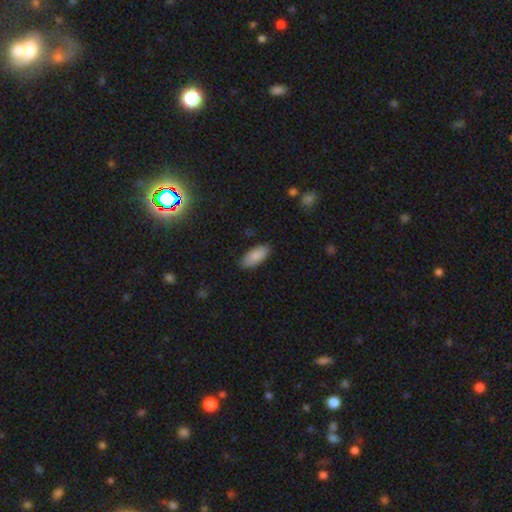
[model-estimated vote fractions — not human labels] A smooth galaxy with no disk features (88%) that is in between round and cigar-shaped (88%). Merging: none (85%).